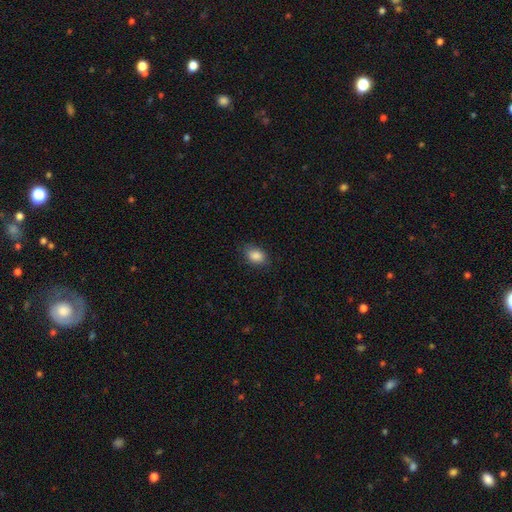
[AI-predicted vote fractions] Smooth or featured?
  - smooth: 87% *
  - star or artifact: 8%
  - featured or disk: 5%
How rounded?
  - in between: 82% *
  - round: 16%
  - cigar-shaped: 1%
Merging?
  - none: 81% *
  - minor disturbance: 15%
  - major disturbance: 4%
  - merger: 1%